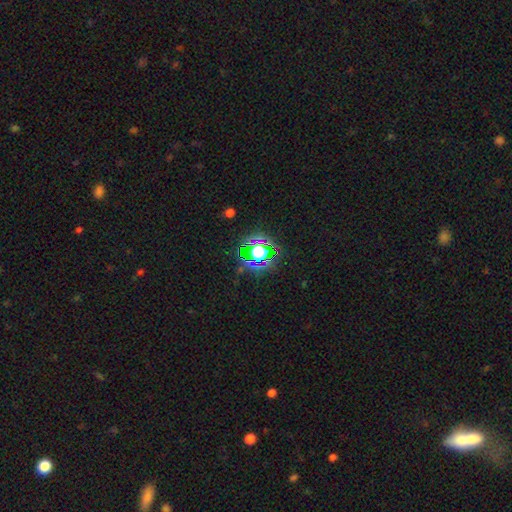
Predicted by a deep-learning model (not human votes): This appears to be a star or artifact, not a galaxy (54%).